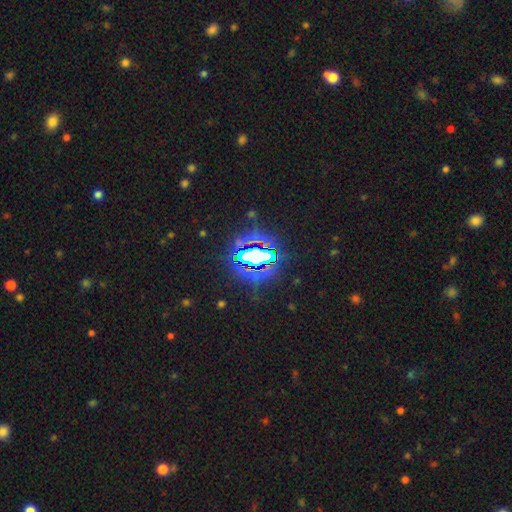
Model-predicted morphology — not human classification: type=star or artifact (70%).